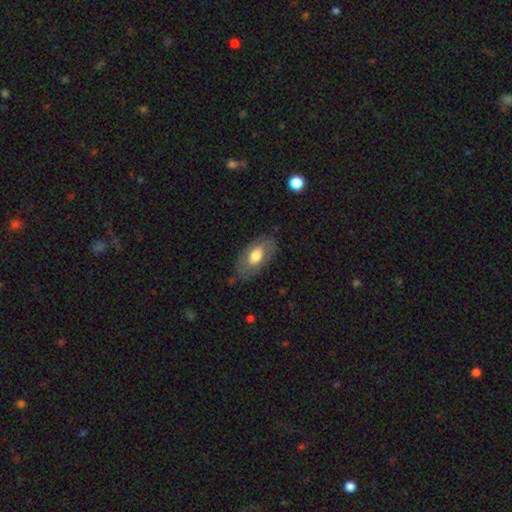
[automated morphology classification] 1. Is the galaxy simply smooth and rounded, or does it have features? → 59% smooth, 35% featured or disk, 6% star or artifact.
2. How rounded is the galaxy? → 92% in between, 5% round, 3% cigar-shaped.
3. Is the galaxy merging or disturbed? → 77% none, 16% minor disturbance, 5% major disturbance, 1% merger.